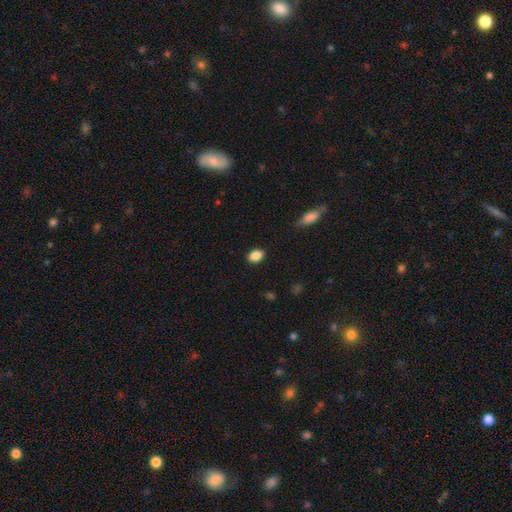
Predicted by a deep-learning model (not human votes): Smooth or featured?
  - smooth: 88% *
  - star or artifact: 8%
  - featured or disk: 4%
How rounded?
  - in between: 76% *
  - round: 22%
  - cigar-shaped: 2%
Merging?
  - none: 87% *
  - minor disturbance: 10%
  - major disturbance: 2%
  - merger: 1%